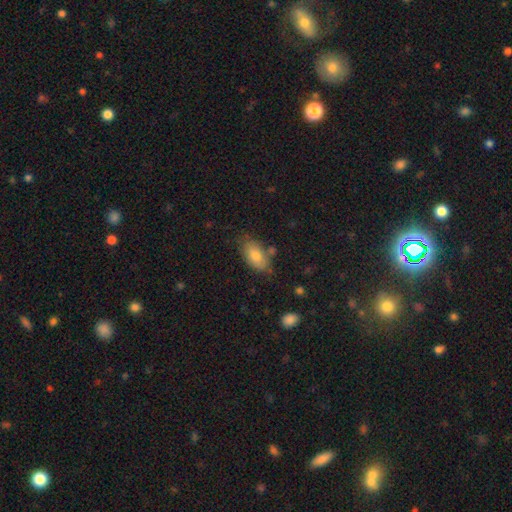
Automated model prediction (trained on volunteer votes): Smooth or featured: smooth — 79% (featured or disk — 13%)
How rounded: in between — 91% (round — 5%)
Merging: none — 71% (minor disturbance — 19%)